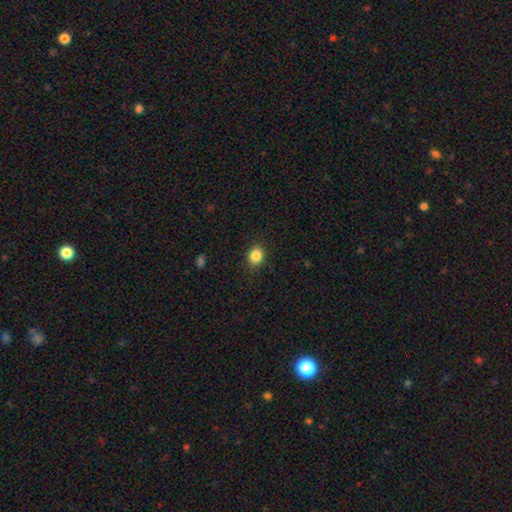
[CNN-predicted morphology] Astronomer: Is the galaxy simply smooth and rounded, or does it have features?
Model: smooth — 85%.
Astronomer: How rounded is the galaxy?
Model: round — 66%.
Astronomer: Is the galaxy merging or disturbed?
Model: none — 89%.